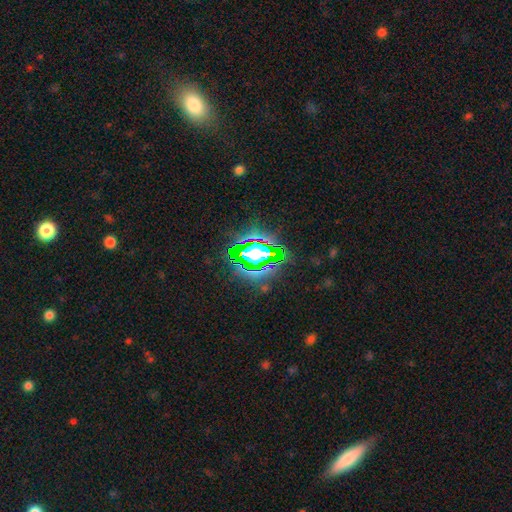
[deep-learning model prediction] Morphology: type=star or artifact (77%).